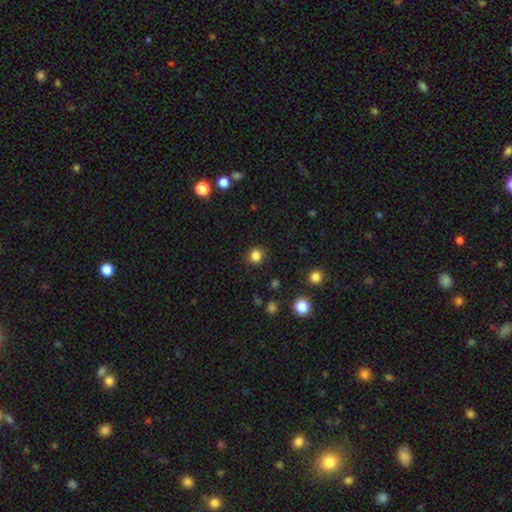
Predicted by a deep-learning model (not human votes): Smooth or featured? Predicted: smooth (p=0.84). How rounded? Predicted: round (p=0.88). Merging? Predicted: none (p=0.89).